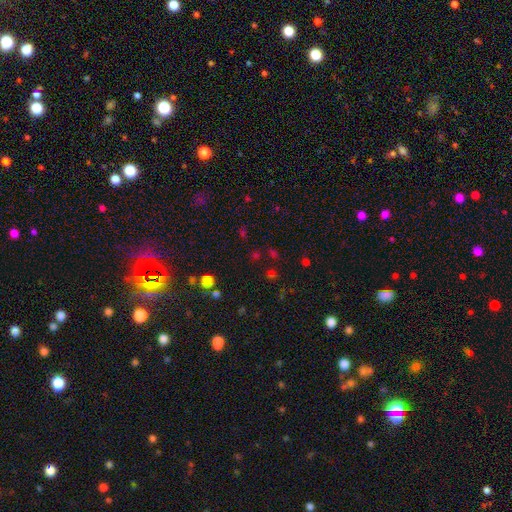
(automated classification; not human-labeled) Overall: smooth (47%; star or artifact 46%). Merging: none (74%).